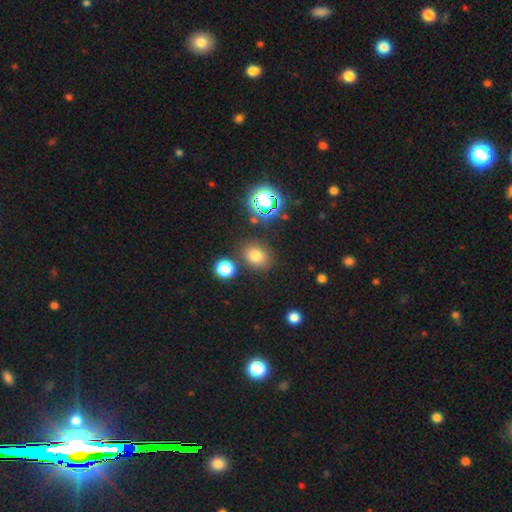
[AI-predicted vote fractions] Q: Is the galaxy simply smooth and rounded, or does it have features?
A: smooth — 73%.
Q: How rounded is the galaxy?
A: round — 51%.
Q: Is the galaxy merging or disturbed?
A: none — 80%.